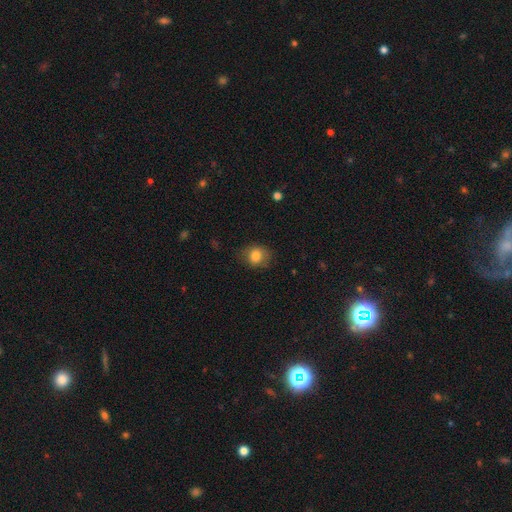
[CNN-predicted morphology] Overall: smooth (82%). How rounded: round (65%; in between 34%). Merging: none (74%).